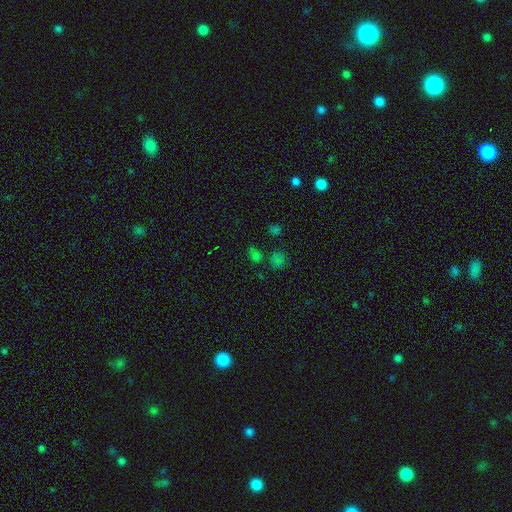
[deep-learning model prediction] A smooth galaxy with no disk features (51%) that is round (54%).

Vote fractions:
- Smooth or featured? smooth: 51% / star or artifact: 42% / featured or disk: 8%
- How rounded? round: 54% / in between: 43% / cigar-shaped: 3%
- Merging? none: 59% / merger: 19% / minor disturbance: 14% / major disturbance: 8%